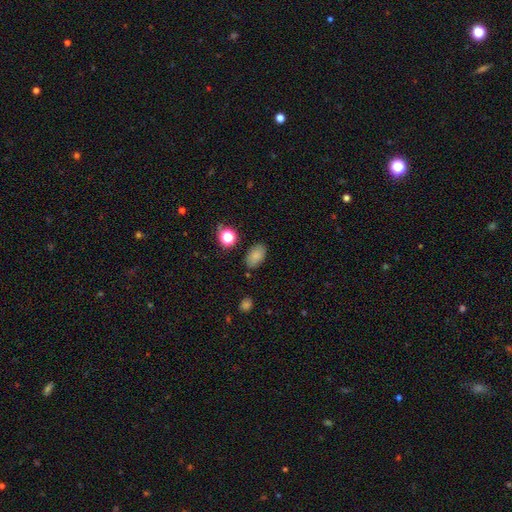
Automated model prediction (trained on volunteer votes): A smooth galaxy with no disk features (82%) that is in between round and cigar-shaped (89%).

Vote fractions:
- Smooth or featured? smooth: 82% / star or artifact: 12% / featured or disk: 6%
- How rounded? in between: 89% / round: 9% / cigar-shaped: 2%
- Merging? none: 83% / minor disturbance: 11% / major disturbance: 3% / merger: 3%